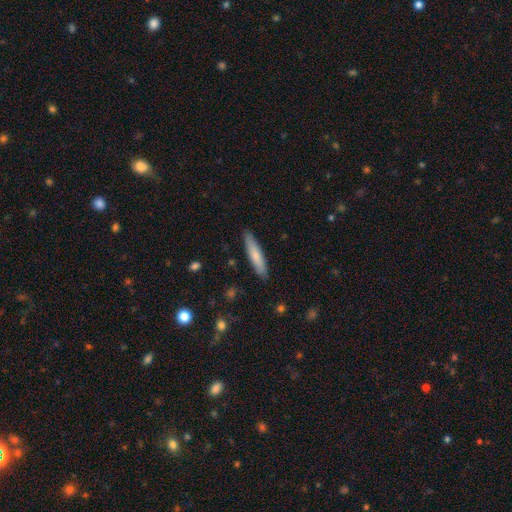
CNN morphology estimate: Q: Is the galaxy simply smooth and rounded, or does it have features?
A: smooth — 74%.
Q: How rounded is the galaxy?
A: cigar-shaped — 86%.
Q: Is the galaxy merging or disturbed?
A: none — 88%.